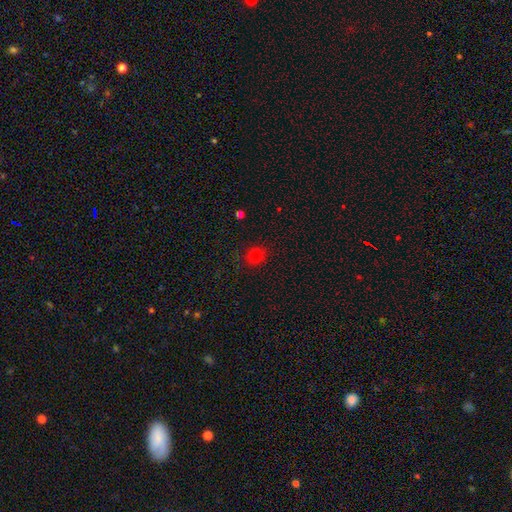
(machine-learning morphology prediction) Overall: smooth (77%). How rounded: round (83%). Merging: none (86%).